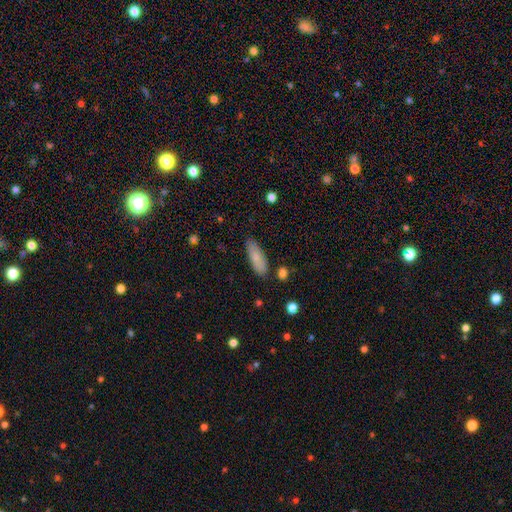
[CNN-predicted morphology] Smooth or featured? Predicted: smooth (p=0.80). How rounded? Predicted: in between (p=0.60). Merging? Predicted: none (p=0.83).